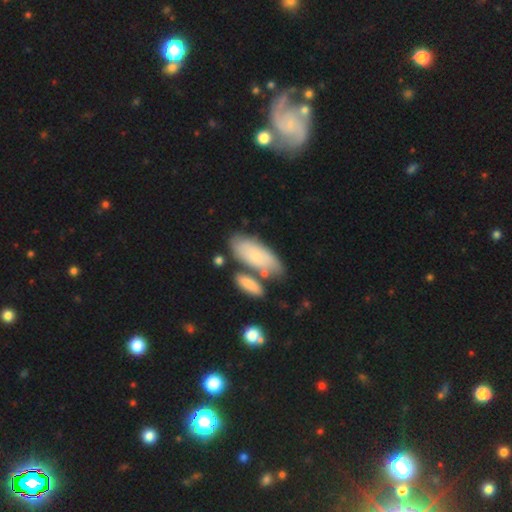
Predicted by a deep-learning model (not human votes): Smooth or featured: smooth — 72% (featured or disk — 23%)
How rounded: in between — 80% (cigar-shaped — 18%)
Merging: none — 59% (merger — 21%)